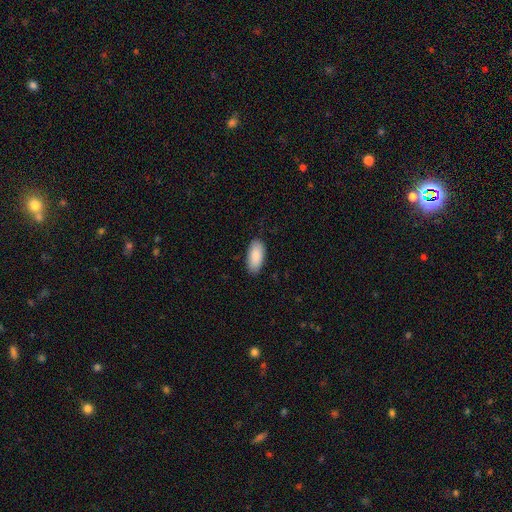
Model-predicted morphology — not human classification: A smooth galaxy with no disk features (89%) that is in between round and cigar-shaped (93%).

Vote fractions:
- Smooth or featured? smooth: 89% / star or artifact: 6% / featured or disk: 5%
- How rounded? in between: 93% / cigar-shaped: 6% / round: 2%
- Merging? none: 86% / minor disturbance: 11% / major disturbance: 2% / merger: 1%